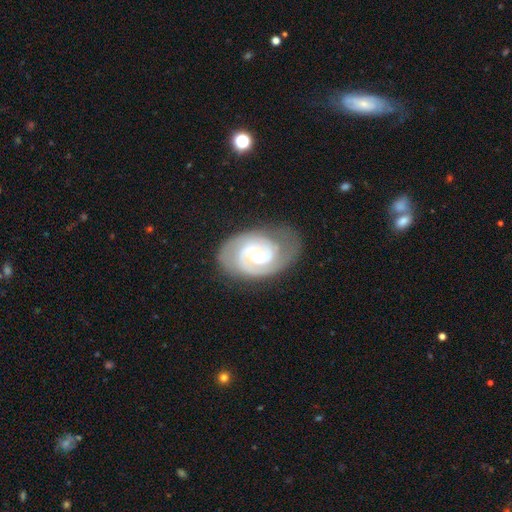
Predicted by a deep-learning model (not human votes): featured or disk 88%, smooth 8%, star or artifact 4%. Down the decision tree: edge-on disk — no (98%); bar — weak (53%); spiral arms — yes (95%); spiral arm count — 2 (78%); spiral winding — tight (50%); bulge size — moderate (63%); merging — none (64%).